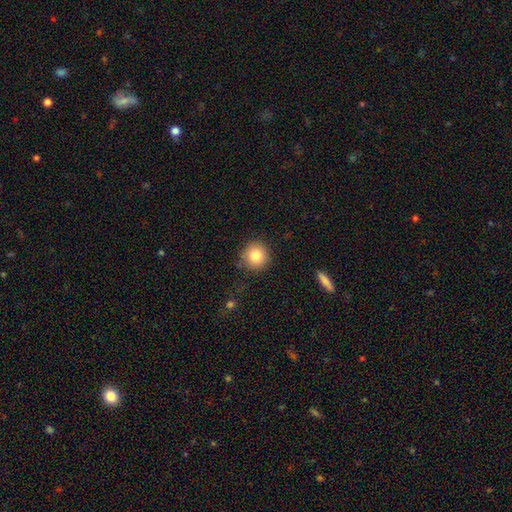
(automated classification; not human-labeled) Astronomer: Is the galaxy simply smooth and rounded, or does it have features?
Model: smooth — 82%.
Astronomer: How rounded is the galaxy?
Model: round — 93%.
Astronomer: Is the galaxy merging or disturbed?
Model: none — 84%.